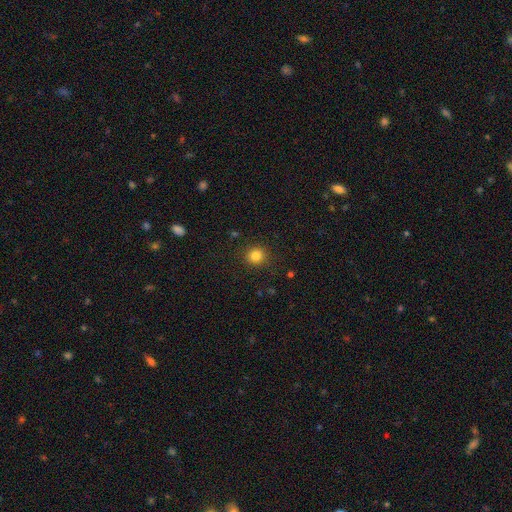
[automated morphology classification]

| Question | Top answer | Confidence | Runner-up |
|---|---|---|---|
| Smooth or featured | smooth | 83% | star or artifact (12%) |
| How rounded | round | 91% | in between (9%) |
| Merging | none | 90% | minor disturbance (7%) |